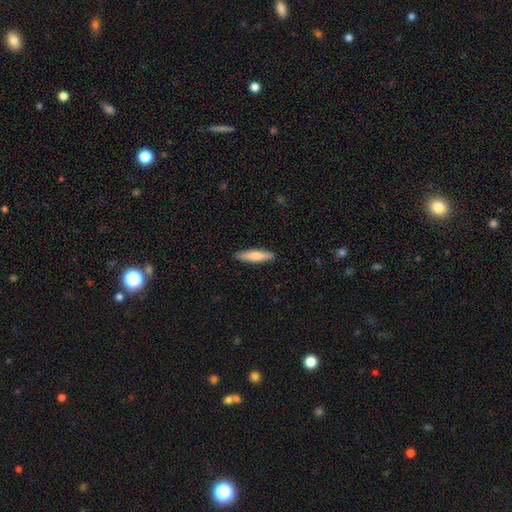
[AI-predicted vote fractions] smooth-or-featured: smooth: 68% | featured or disk: 26% | star or artifact: 5%
  how-rounded: cigar-shaped: 78% | in between: 21% | round: 2%
  merging: none: 90% | minor disturbance: 7% | major disturbance: 2% | merger: 1%